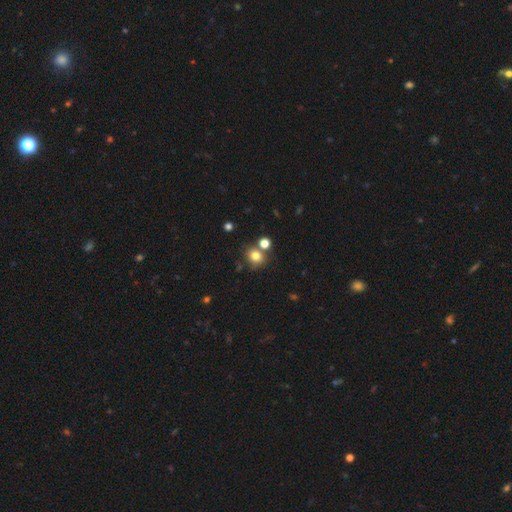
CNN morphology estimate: Smooth or featured? Predicted: smooth (p=0.78). How rounded? Predicted: round (p=0.77). Merging? Predicted: none (p=0.66).